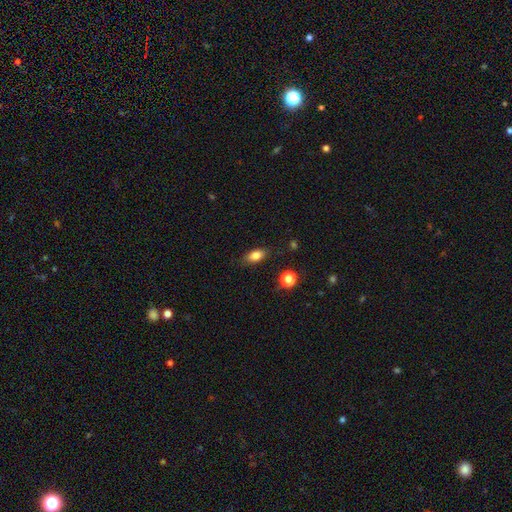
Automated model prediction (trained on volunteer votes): Smooth or featured? Predicted: smooth (p=0.82). How rounded? Predicted: in between (p=0.83). Merging? Predicted: none (p=0.82).